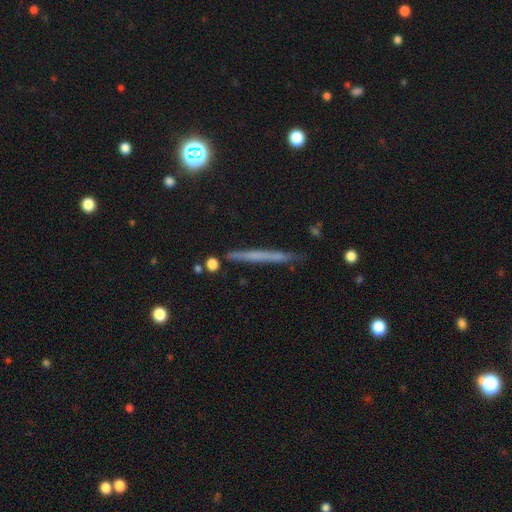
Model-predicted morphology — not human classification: type=smooth (50%); roundness=cigar-shaped (95%); merging=none (82%).